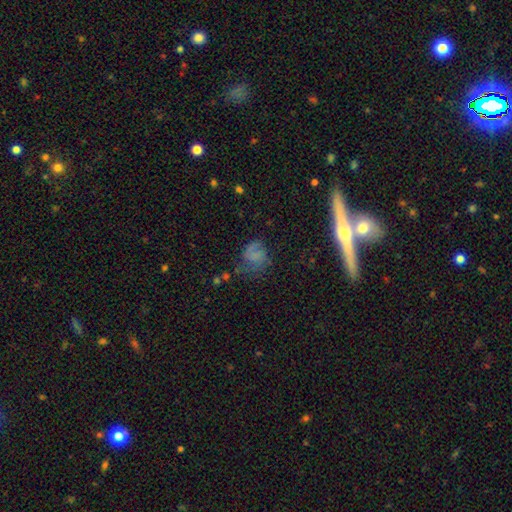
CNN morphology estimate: This appears to be a smooth galaxy with no disk features (48%). Merging: none (45%).